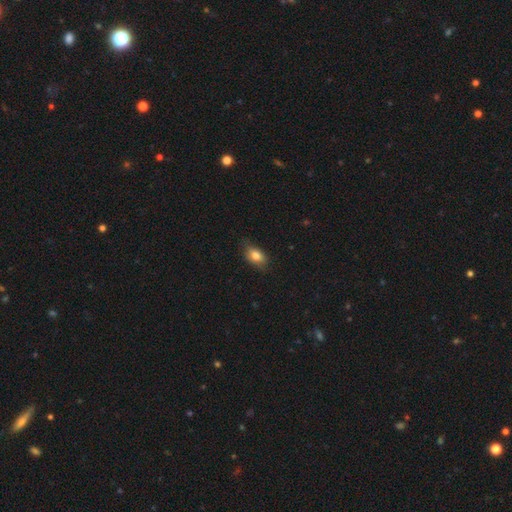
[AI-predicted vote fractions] A smooth galaxy with no disk features (79%) that is in between round and cigar-shaped (86%).

Vote fractions:
- Smooth or featured? smooth: 79% / featured or disk: 12% / star or artifact: 8%
- How rounded? in between: 86% / round: 10% / cigar-shaped: 4%
- Merging? none: 73% / minor disturbance: 22% / major disturbance: 4% / merger: 1%